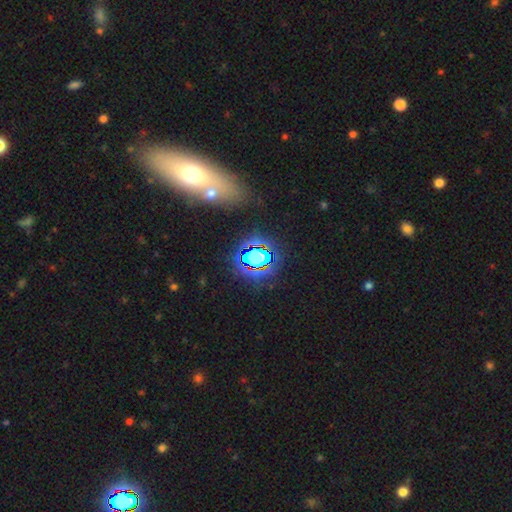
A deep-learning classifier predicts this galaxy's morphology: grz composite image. It shows a star or artifact, not a galaxy (44%).